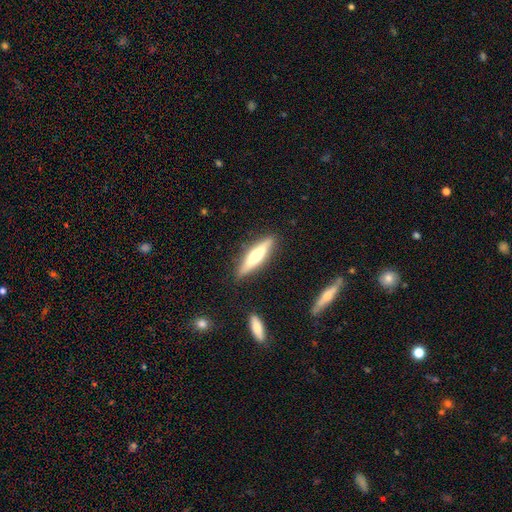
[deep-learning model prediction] smooth-or-featured: featured or disk: 49% | smooth: 45% | star or artifact: 6%
  merging: none: 87% | minor disturbance: 9% | major disturbance: 2% | merger: 2%